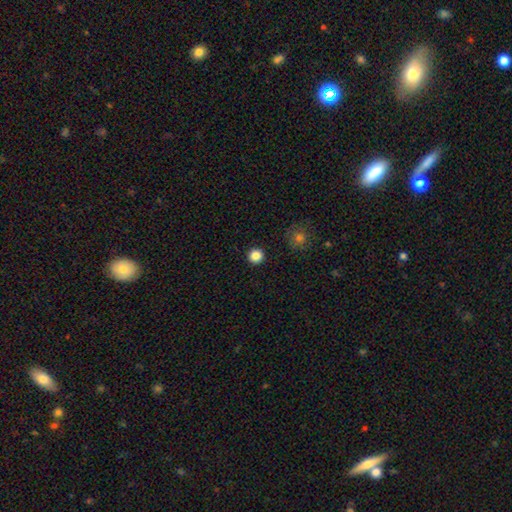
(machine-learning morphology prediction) Q: Smooth or featured?
A: smooth (85%); runner-up: star or artifact (11%)
Q: How rounded?
A: round (96%); runner-up: in between (3%)
Q: Merging?
A: none (94%); runner-up: minor disturbance (4%)